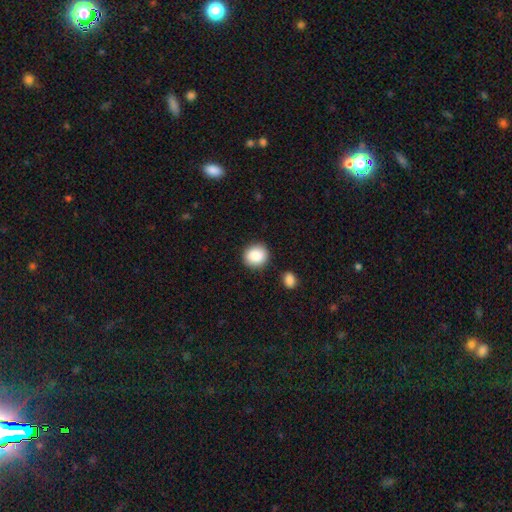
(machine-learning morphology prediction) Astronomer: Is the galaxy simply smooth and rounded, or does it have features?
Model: smooth — 87%.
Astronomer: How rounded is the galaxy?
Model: round — 86%.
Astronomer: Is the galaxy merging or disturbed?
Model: none — 86%.